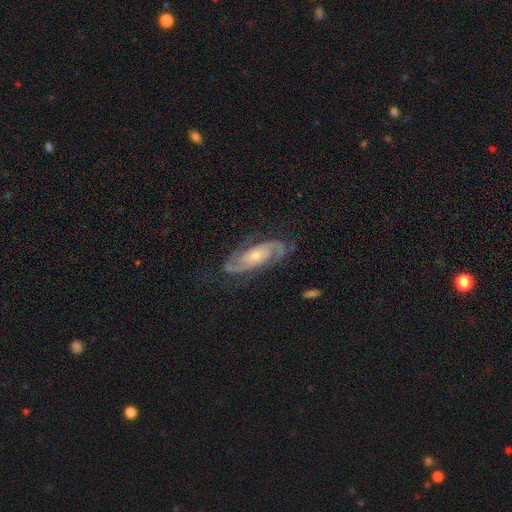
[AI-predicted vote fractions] Smooth or featured?
  - featured or disk: 89% *
  - star or artifact: 5%
  - smooth: 5%
Edge-on disk?
  - no: 95% *
  - yes: 5%
Bar?
  - no: 59% *
  - weak: 29%
  - strong: 12%
Spiral arms?
  - yes: 98% *
  - no: 2%
Spiral winding?
  - tight: 50% *
  - medium: 41%
  - loose: 8%
Spiral arm count?
  - 2: 87% *
  - 3: 4%
  - can't tell: 4%
  - 1: 2%
  - 4: 1%
  - more than 4: 1%
Bulge size?
  - small: 55% *
  - moderate: 39%
  - none: 3%
  - large: 3%
  - dominant: 1%
Merging?
  - none: 80% *
  - minor disturbance: 14%
  - major disturbance: 5%
  - merger: 1%